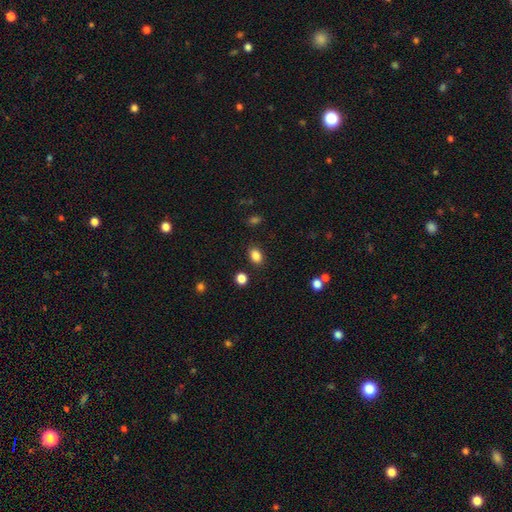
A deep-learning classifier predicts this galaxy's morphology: type=smooth (86%); roundness=in between (75%); merging=none (85%).